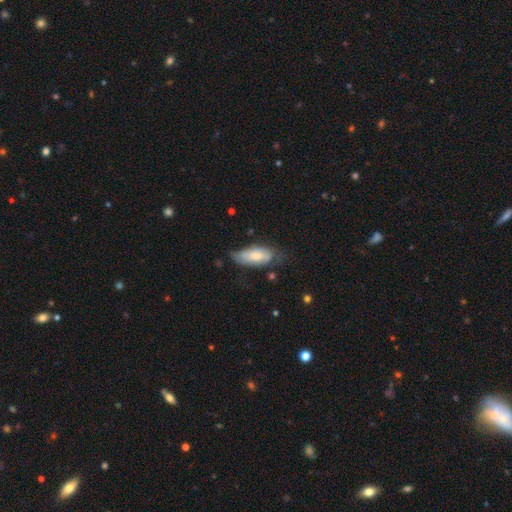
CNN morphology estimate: Smooth or featured? Predicted: smooth (p=0.60). How rounded? Predicted: in between (p=0.85). Merging? Predicted: none (p=0.51).